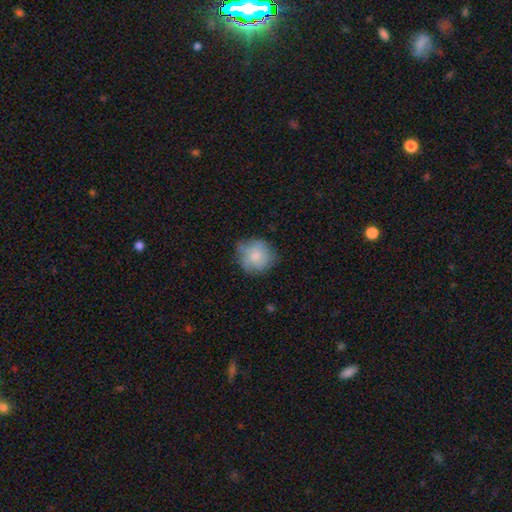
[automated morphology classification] Smooth or featured?
  - smooth: 70% *
  - featured or disk: 22%
  - star or artifact: 8%
How rounded?
  - round: 89% *
  - in between: 10%
  - cigar-shaped: 1%
Merging?
  - none: 68% *
  - minor disturbance: 24%
  - major disturbance: 7%
  - merger: 2%